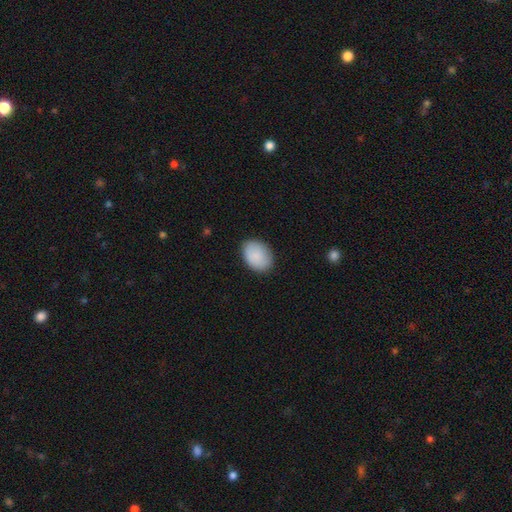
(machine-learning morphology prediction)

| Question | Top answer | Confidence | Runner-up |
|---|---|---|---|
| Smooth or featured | smooth | 89% | star or artifact (6%) |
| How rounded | in between | 76% | round (23%) |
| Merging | none | 84% | minor disturbance (12%) |